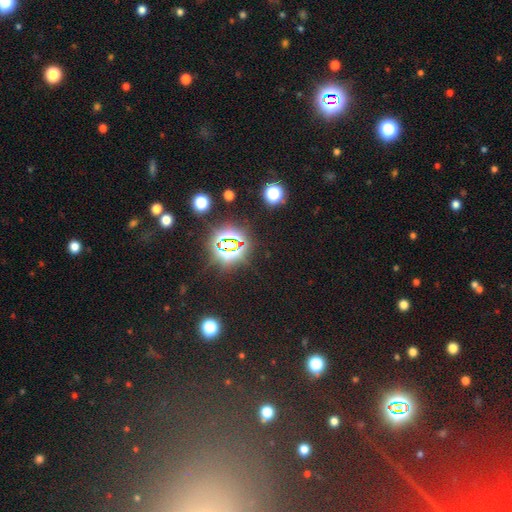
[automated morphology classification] Smooth or featured? Predicted: star or artifact (p=0.66).